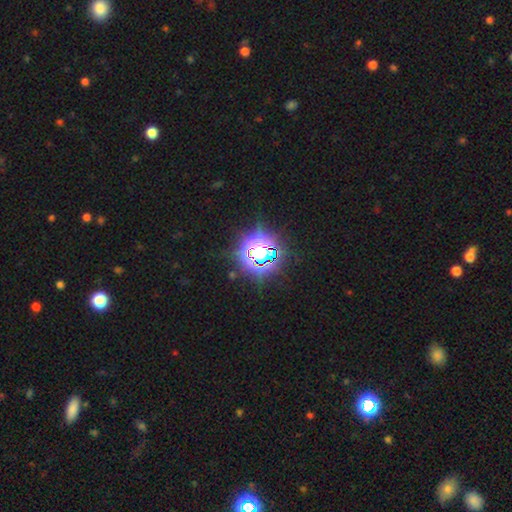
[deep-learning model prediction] star or artifact 75%, smooth 15%, featured or disk 10%.